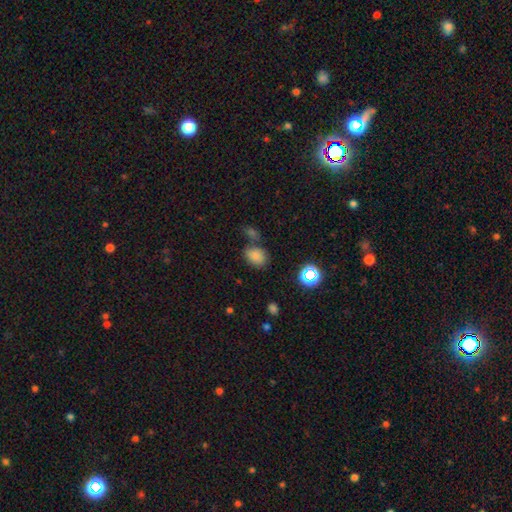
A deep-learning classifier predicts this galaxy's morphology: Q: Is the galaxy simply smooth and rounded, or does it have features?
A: smooth — 78%.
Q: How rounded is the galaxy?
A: in between — 67%.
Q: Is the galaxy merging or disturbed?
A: none — 61%.